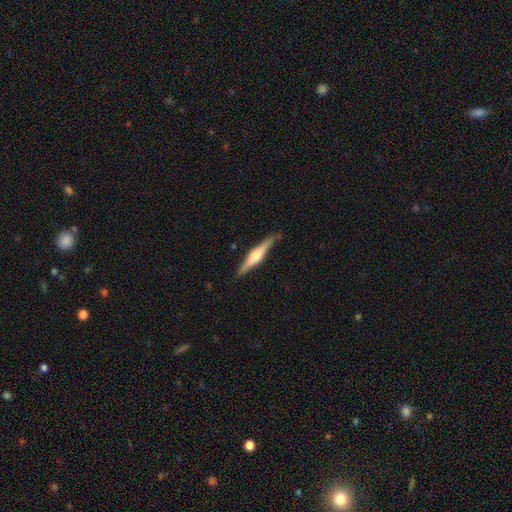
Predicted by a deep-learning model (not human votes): A featured or disk galaxy (66%) viewed edge-on (97%) with a rounded central bulge (86%). Merging: none (86%).